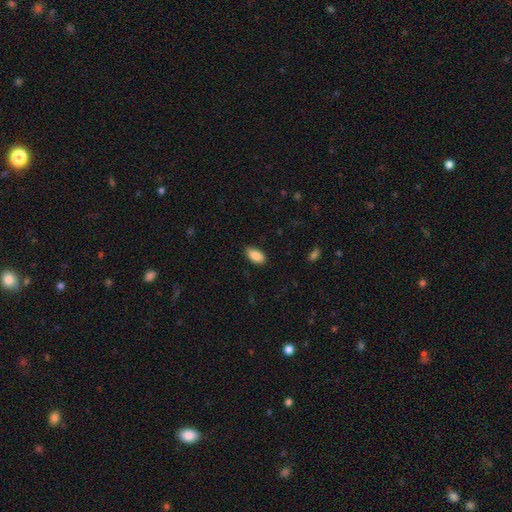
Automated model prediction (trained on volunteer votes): smooth 88%, star or artifact 7%, featured or disk 5%. Down the decision tree: how rounded — in between (93%); merging — none (85%).